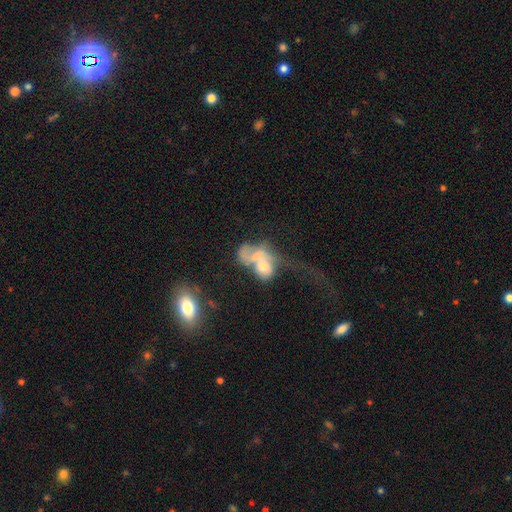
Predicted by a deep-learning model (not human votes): The model was most divided on "smooth or featured": smooth: 48%, featured or disk: 42%, star or artifact: 10%. More confident: merging — merger (70%).